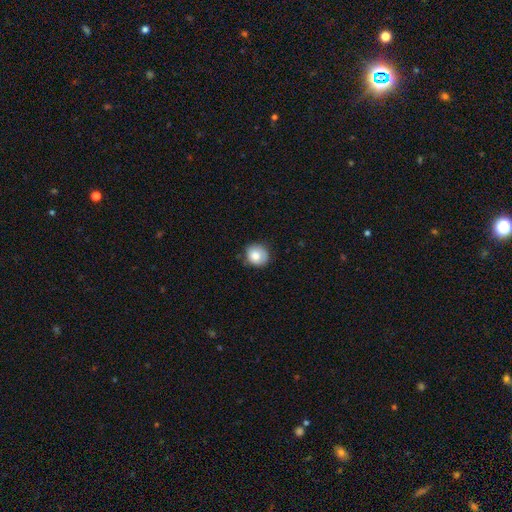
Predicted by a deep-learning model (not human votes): Smooth or featured: smooth — 82% (featured or disk — 10%)
How rounded: round — 83% (in between — 16%)
Merging: none — 76% (minor disturbance — 19%)